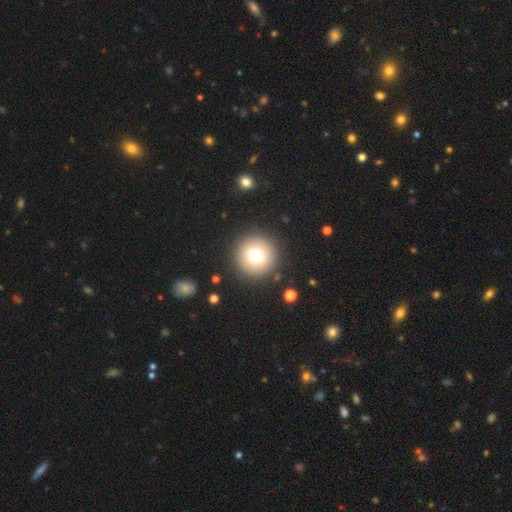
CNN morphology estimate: Q: Smooth or featured?
A: smooth (72%); runner-up: star or artifact (15%)
Q: How rounded?
A: round (96%); runner-up: in between (3%)
Q: Merging?
A: none (89%); runner-up: minor disturbance (6%)